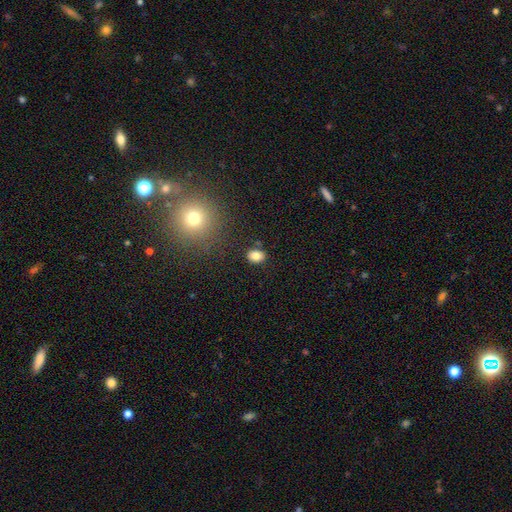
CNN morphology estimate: Smooth or featured? smooth (82%)
How rounded? in between (58%)
Merging? none (83%)